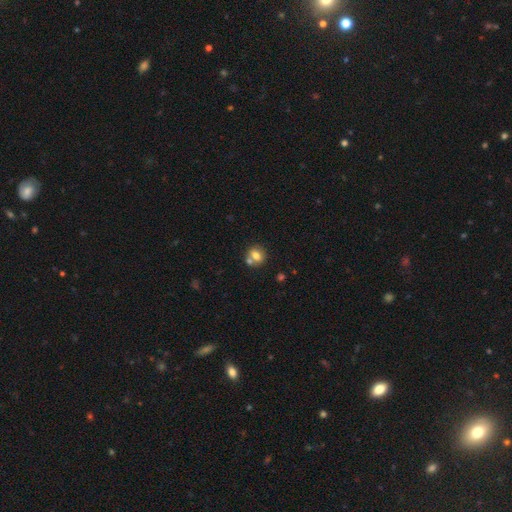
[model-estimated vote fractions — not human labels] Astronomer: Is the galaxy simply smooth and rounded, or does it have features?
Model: smooth — 72%.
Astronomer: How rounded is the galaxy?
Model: round — 66%.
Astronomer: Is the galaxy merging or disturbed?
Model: none — 56%.